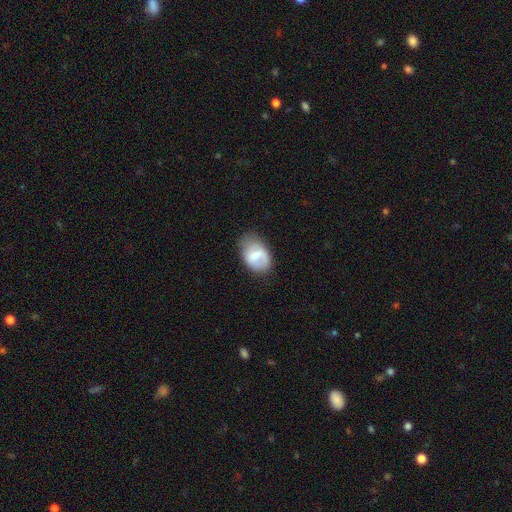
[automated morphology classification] smooth_or_featured: smooth (p=0.56) [alt: featured or disk p=0.37]
how_rounded: in between (p=0.84) [alt: round p=0.15]
merging: none (p=0.55) [alt: minor disturbance p=0.31]